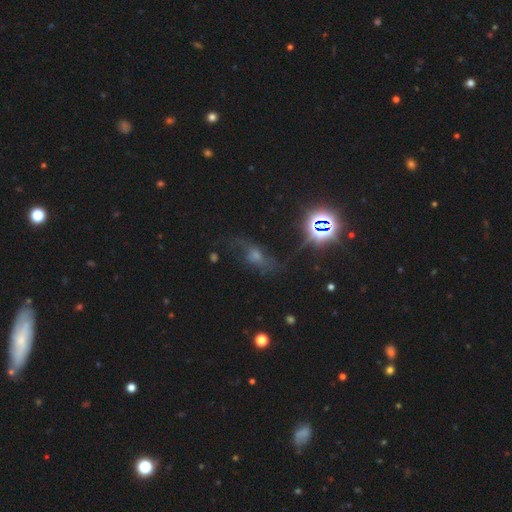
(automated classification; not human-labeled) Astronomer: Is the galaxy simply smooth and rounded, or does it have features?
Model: featured or disk — 44% (runner-up: star or artifact, 32%).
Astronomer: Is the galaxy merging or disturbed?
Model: none — 55%.